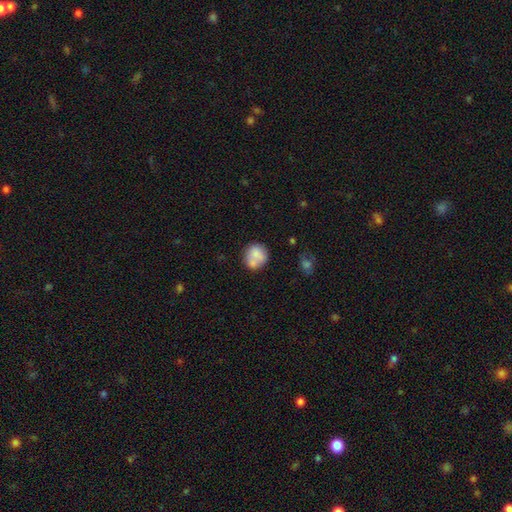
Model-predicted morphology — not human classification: smooth-or-featured: smooth: 75% | featured or disk: 16% | star or artifact: 8%
  how-rounded: round: 80% | in between: 19% | cigar-shaped: 1%
  merging: none: 51% | merger: 25% | minor disturbance: 17% | major disturbance: 6%